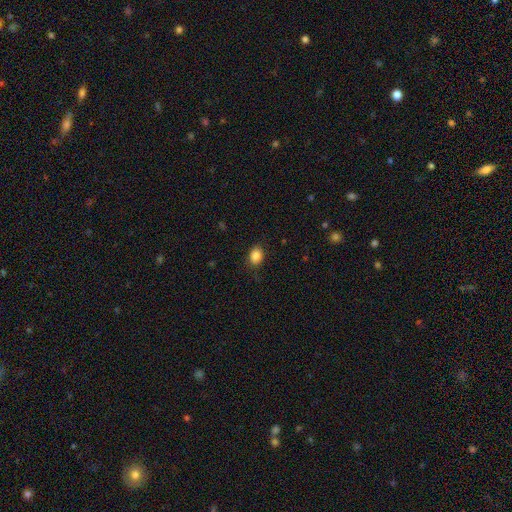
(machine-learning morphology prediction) This is clearly a smooth galaxy (87%). How rounded: likely in between (66%). Merging: clearly none (85%).